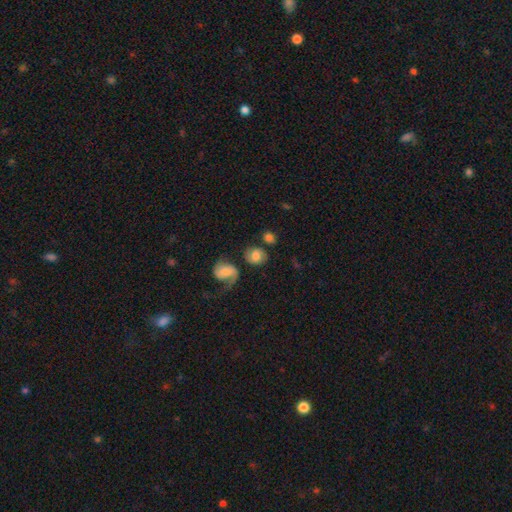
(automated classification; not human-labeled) A smooth galaxy with no disk features (68%) that is round (64%).

Vote fractions:
- Smooth or featured? smooth: 68% / featured or disk: 22% / star or artifact: 9%
- How rounded? round: 64% / in between: 34% / cigar-shaped: 1%
- Merging? none: 59% / minor disturbance: 15% / merger: 14% / major disturbance: 11%